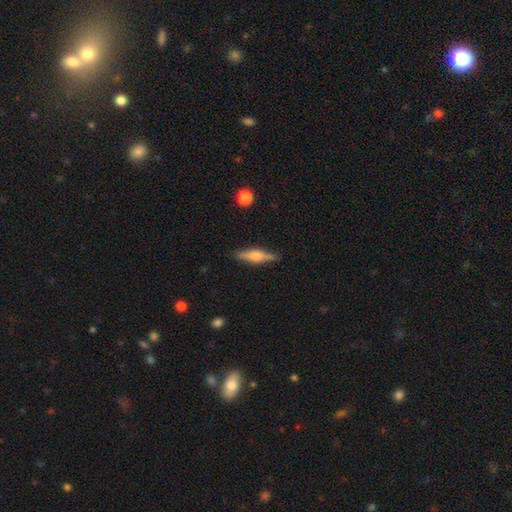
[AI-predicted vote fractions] Smooth or featured? featured or disk (60%)
Edge-on disk? yes (96%)
Edge-on bulge? rounded (78%)
Merging? none (87%)